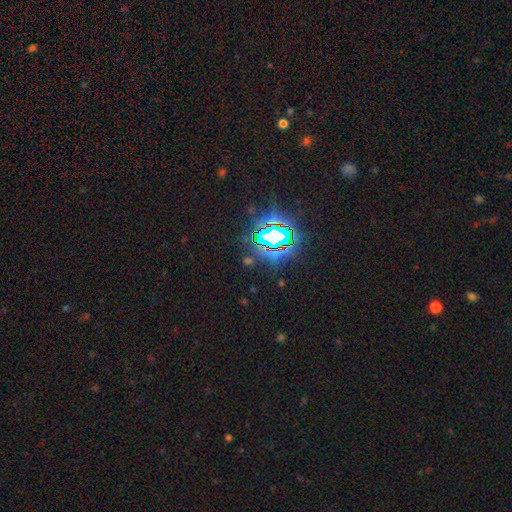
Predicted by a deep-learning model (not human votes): Smooth or featured: star or artifact — 80% (smooth — 12%)